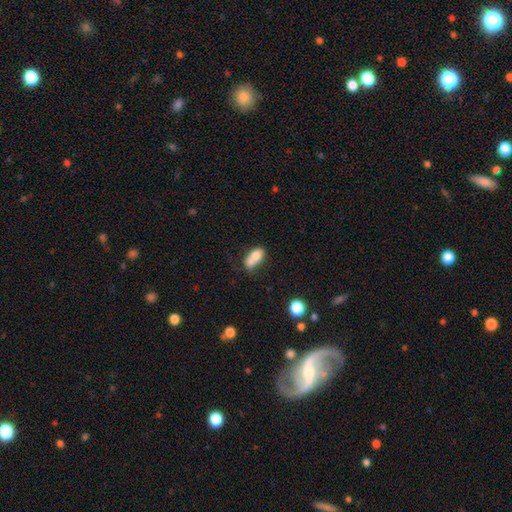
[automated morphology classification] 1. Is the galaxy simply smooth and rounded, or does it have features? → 71% smooth, 20% featured or disk, 9% star or artifact.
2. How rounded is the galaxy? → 75% in between, 22% round, 4% cigar-shaped.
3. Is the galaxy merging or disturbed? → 57% merger, 23% none, 13% minor disturbance, 7% major disturbance.